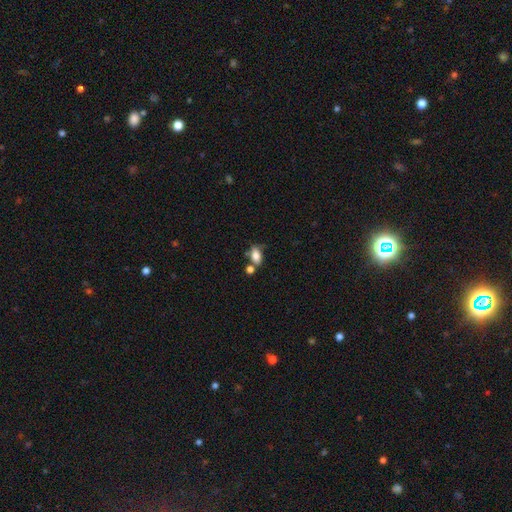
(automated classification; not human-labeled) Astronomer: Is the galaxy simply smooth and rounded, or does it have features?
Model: smooth — 80%.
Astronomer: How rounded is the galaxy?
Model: in between — 87%.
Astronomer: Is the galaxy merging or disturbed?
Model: none — 52%.